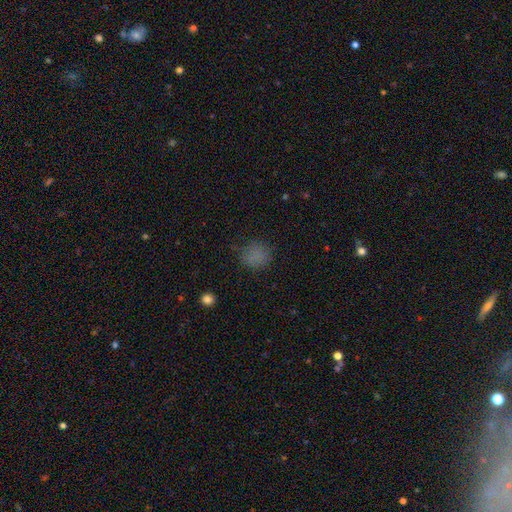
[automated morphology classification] smooth_or_featured: smooth (p=0.77) [alt: star or artifact p=0.17]
how_rounded: round (p=0.75) [alt: in between p=0.23]
merging: none (p=0.75) [alt: minor disturbance p=0.17]